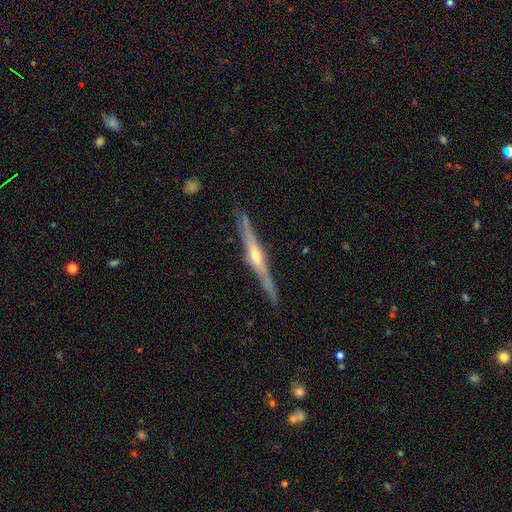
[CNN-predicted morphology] Q: Smooth or featured?
A: featured or disk (78%); runner-up: smooth (17%)
Q: Edge-on disk?
A: yes (97%); runner-up: no (3%)
Q: Edge-on bulge?
A: rounded (82%); runner-up: none (12%)
Q: Merging?
A: none (86%); runner-up: minor disturbance (11%)